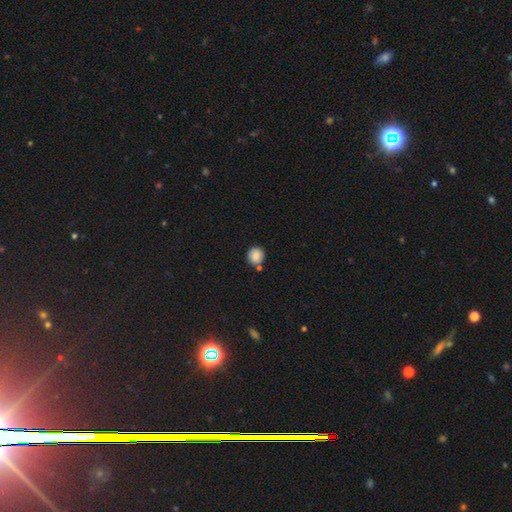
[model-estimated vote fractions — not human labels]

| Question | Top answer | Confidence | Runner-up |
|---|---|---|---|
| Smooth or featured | smooth | 84% | star or artifact (9%) |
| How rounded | round | 91% | in between (8%) |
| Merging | none | 77% | minor disturbance (11%) |